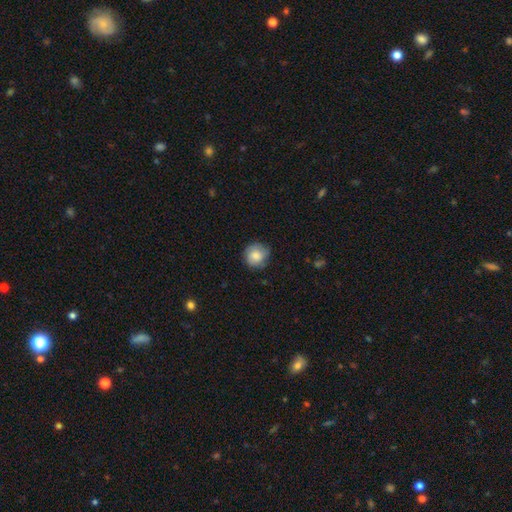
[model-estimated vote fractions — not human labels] smooth 77%, featured or disk 15%, star or artifact 8%. Down the decision tree: how rounded — round (91%); merging — none (78%).